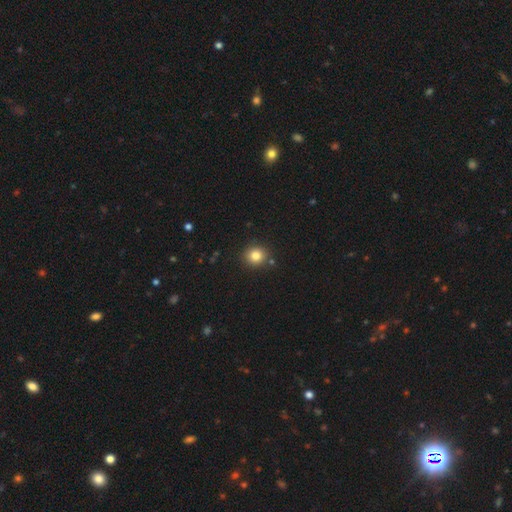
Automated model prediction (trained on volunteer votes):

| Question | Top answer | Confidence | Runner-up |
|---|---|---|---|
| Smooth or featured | smooth | 82% | star or artifact (12%) |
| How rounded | round | 87% | in between (12%) |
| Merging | none | 87% | minor disturbance (7%) |